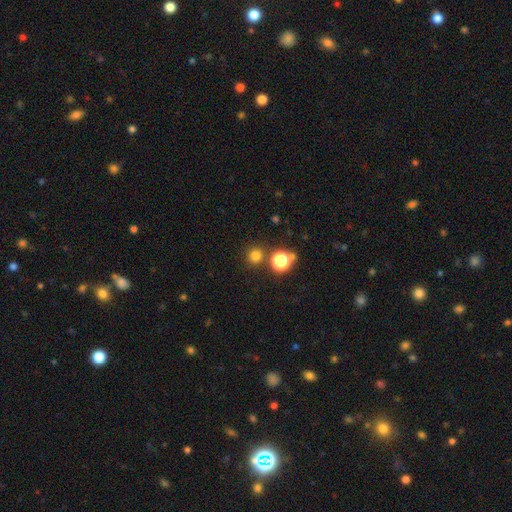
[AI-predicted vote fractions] smooth 76%, star or artifact 20%, featured or disk 5%. Down the decision tree: how rounded — round (93%); merging — none (82%).